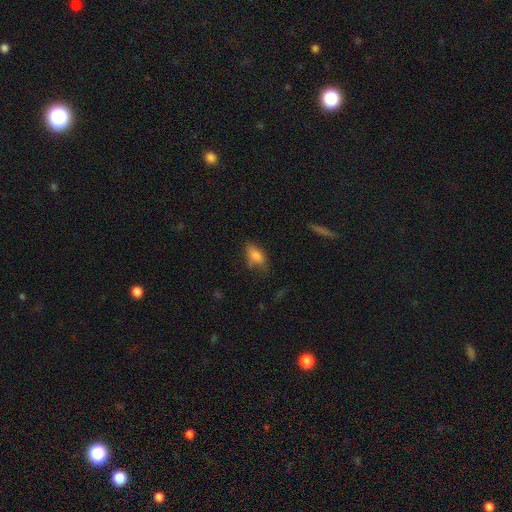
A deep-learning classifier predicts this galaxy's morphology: This is likely a smooth galaxy (79%). How rounded: clearly in between (87%). Merging: possibly none (56%).